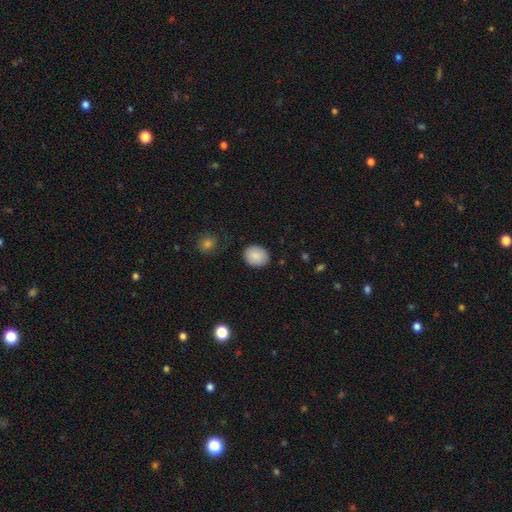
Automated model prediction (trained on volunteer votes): This is clearly a smooth galaxy (88%). How rounded: possibly round (59%). Merging: clearly none (84%).